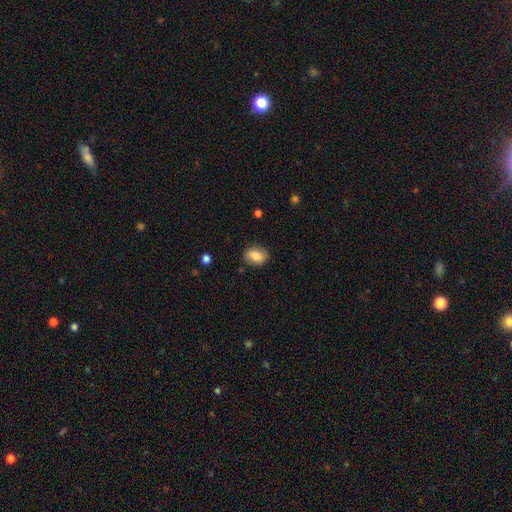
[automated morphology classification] Smooth or featured: smooth — 79% (featured or disk — 13%)
How rounded: in between — 70% (round — 28%)
Merging: none — 81% (minor disturbance — 14%)